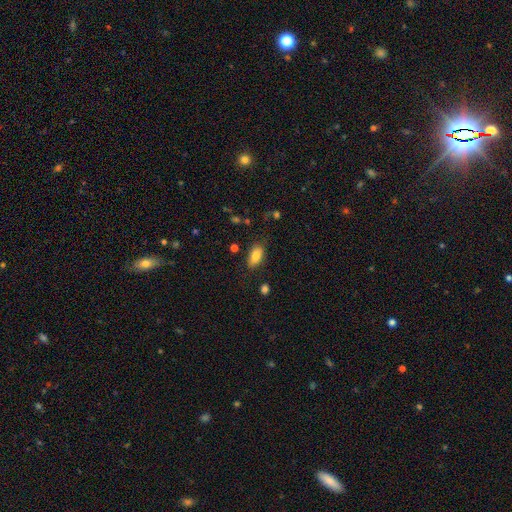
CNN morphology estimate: A smooth galaxy with no disk features (81%) that is in between round and cigar-shaped (90%).

Vote fractions:
- Smooth or featured? smooth: 81% / featured or disk: 11% / star or artifact: 8%
- How rounded? in between: 90% / cigar-shaped: 5% / round: 4%
- Merging? none: 80% / minor disturbance: 14% / major disturbance: 3% / merger: 2%